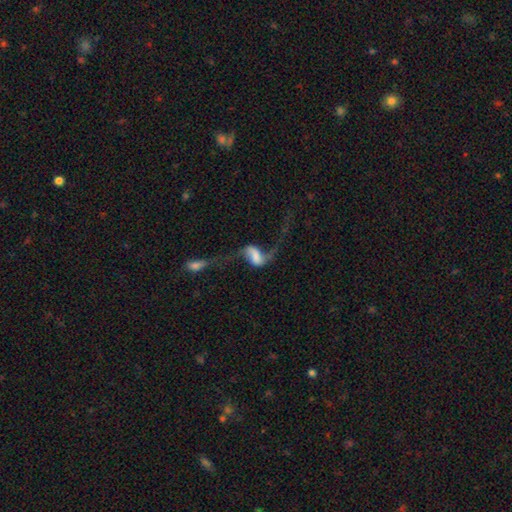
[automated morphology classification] type=featured or disk (71%); edge-on=no (95%); bar=weak (40%); spiral arms=yes (84%); winding=loose (89%); arm count=2 (87%); bulge=none (29%); merging=merger (35%).